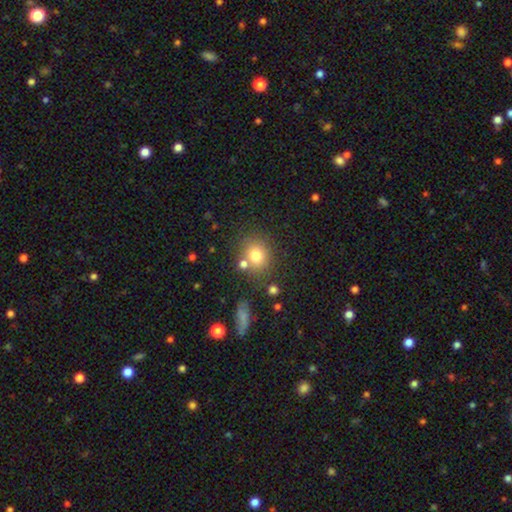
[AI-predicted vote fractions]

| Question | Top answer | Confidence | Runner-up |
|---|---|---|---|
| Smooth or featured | smooth | 76% | star or artifact (13%) |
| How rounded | round | 75% | in between (24%) |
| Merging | none | 70% | merger (14%) |